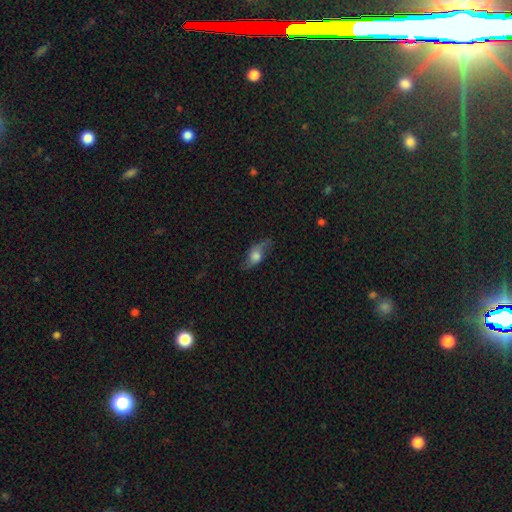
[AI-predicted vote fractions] Smooth or featured? Predicted: featured or disk (p=0.49). Merging? Predicted: none (p=0.67).